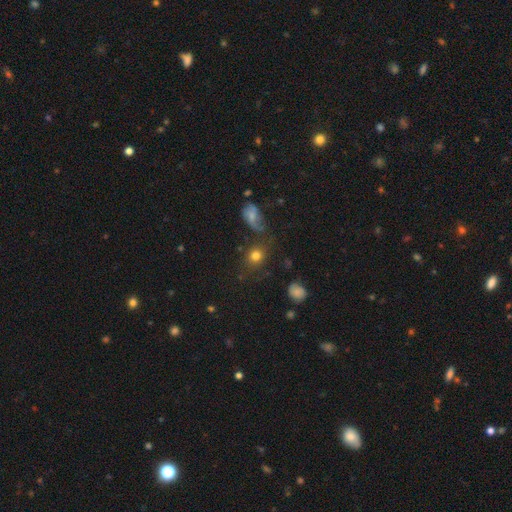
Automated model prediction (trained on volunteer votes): The model was most divided on "how rounded": round: 72%, in between: 26%, cigar-shaped: 2%. More confident: smooth or featured — smooth (77%); merging — none (70%).